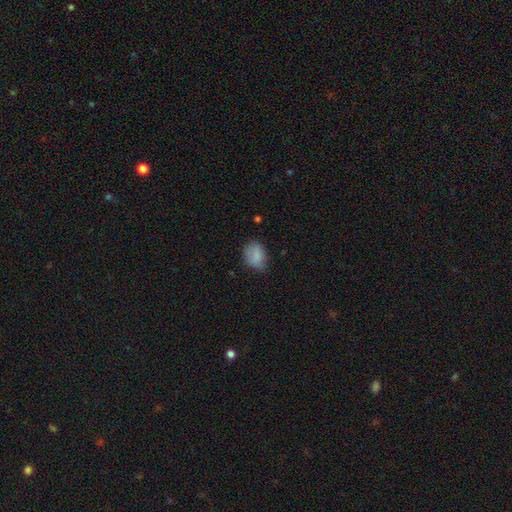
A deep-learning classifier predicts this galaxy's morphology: Overall: smooth (83%). How rounded: in between (65%; round 34%). Merging: none (64%; minor disturbance 28%).